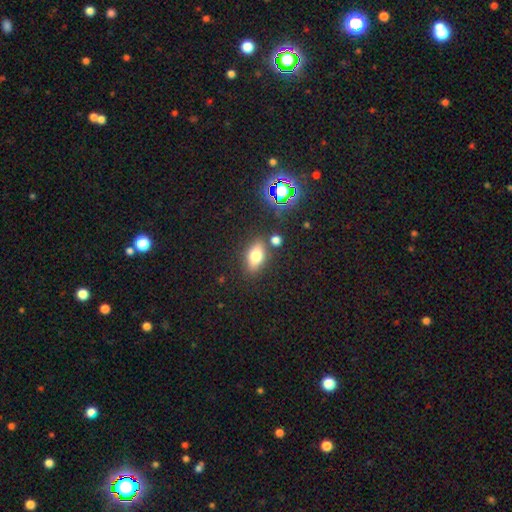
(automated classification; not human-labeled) Smooth or featured? smooth (70%)
How rounded? in between (80%)
Merging? none (79%)